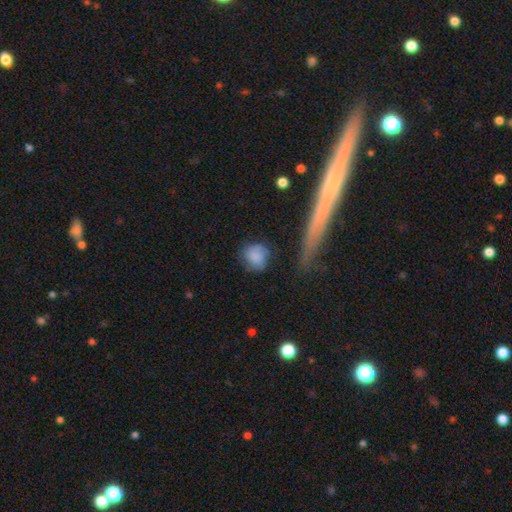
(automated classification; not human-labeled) This is likely a smooth galaxy (70%). How rounded: likely round (73%). Merging: possibly none (60%).